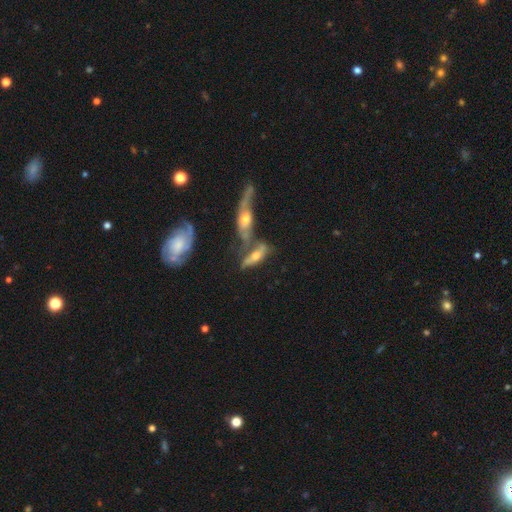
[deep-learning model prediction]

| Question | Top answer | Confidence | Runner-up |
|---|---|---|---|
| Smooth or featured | featured or disk | 52% | smooth (40%) |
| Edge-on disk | yes | 61% | no (39%) |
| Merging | merger | 50% | none (29%) |